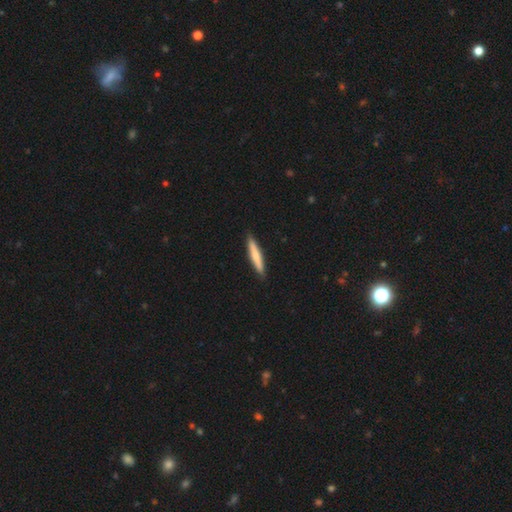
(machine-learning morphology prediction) A smooth galaxy with no disk features (71%) that is cigar-shaped (92%). Merging: none (91%).